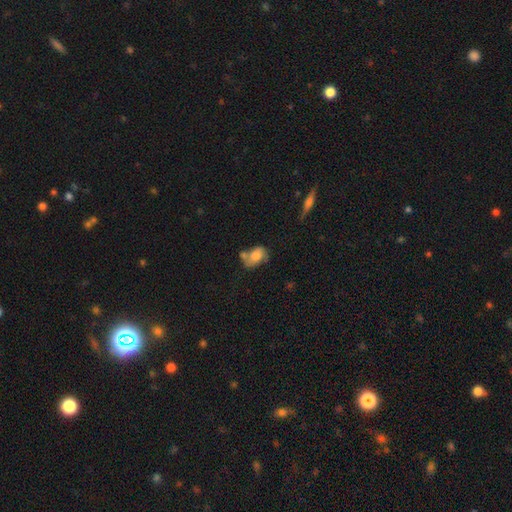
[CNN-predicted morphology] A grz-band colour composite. It shows a smooth galaxy with no disk features (64%) that is in between round and cigar-shaped (80%). Merging: none (38%).